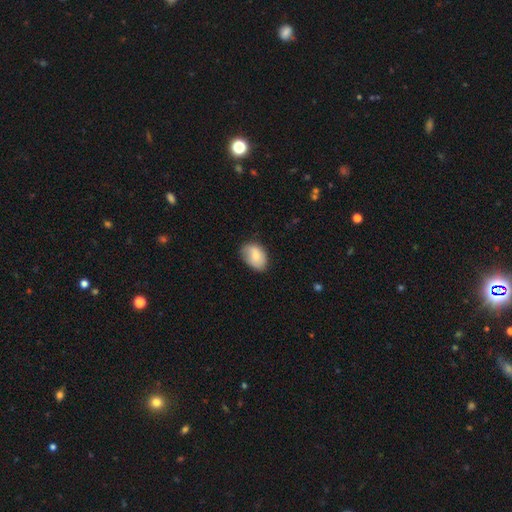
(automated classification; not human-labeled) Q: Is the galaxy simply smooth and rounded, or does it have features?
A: smooth — 76%.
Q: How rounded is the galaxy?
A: in between — 82%.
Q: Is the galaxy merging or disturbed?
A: none — 69%.